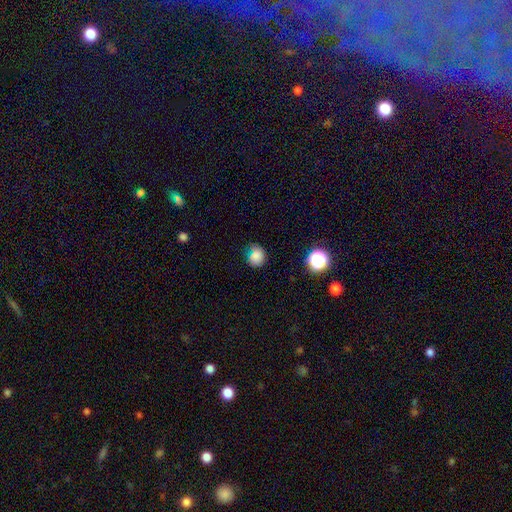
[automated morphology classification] smooth 81%, star or artifact 12%, featured or disk 7%. Down the decision tree: how rounded — round (74%); merging — none (60%).